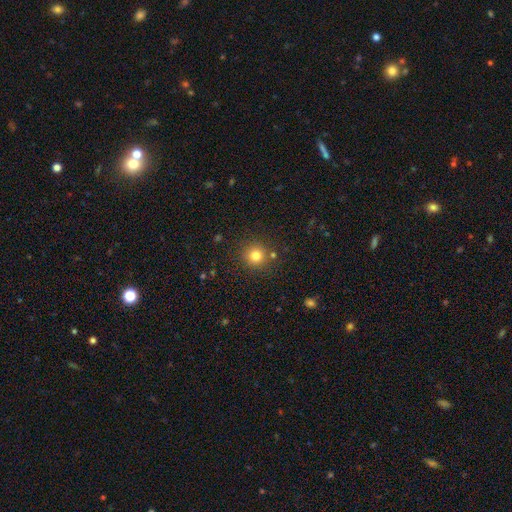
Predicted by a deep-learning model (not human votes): smooth_or_featured: smooth (p=0.79) [alt: star or artifact p=0.14]
how_rounded: round (p=0.94) [alt: in between p=0.05]
merging: none (p=0.85) [alt: minor disturbance p=0.07]